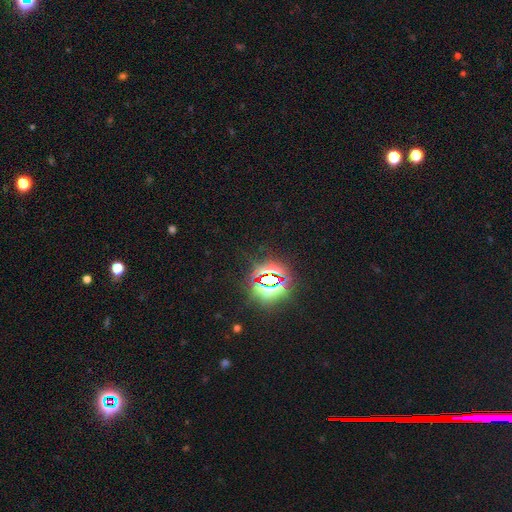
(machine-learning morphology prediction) Smooth or featured? Predicted: star or artifact (p=0.80).